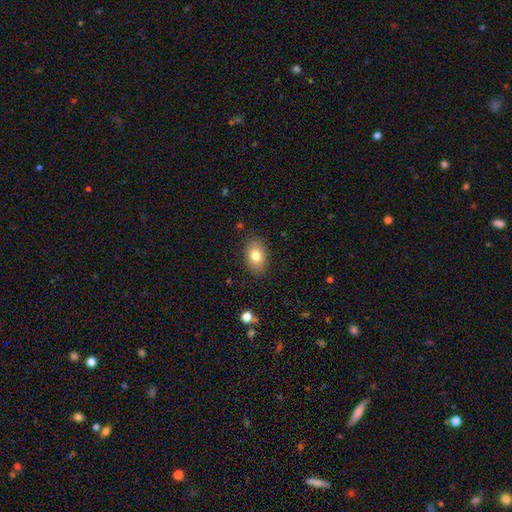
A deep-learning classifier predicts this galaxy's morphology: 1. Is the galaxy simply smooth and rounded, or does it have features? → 79% smooth, 12% featured or disk, 8% star or artifact.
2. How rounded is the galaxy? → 83% in between, 16% round, 1% cigar-shaped.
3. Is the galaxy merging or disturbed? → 86% none, 10% minor disturbance, 3% major disturbance, 1% merger.